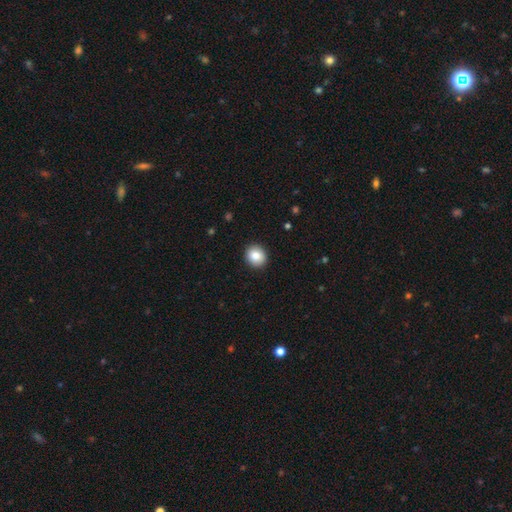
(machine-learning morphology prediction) type=smooth (86%); roundness=round (78%); merging=none (92%).